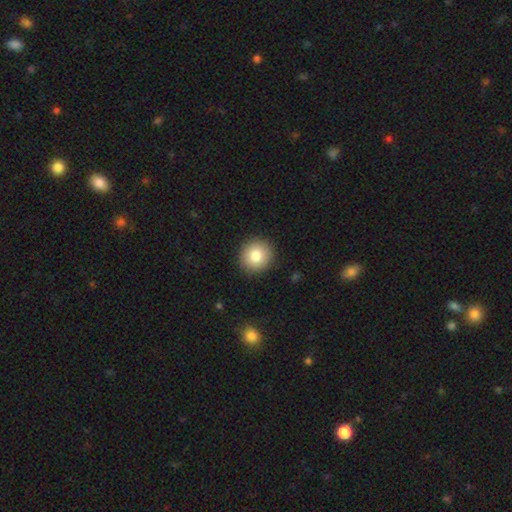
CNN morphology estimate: Smooth or featured?
  - smooth: 82% *
  - featured or disk: 9%
  - star or artifact: 9%
How rounded?
  - round: 89% *
  - in between: 10%
  - cigar-shaped: 1%
Merging?
  - none: 91% *
  - minor disturbance: 6%
  - major disturbance: 2%
  - merger: 1%